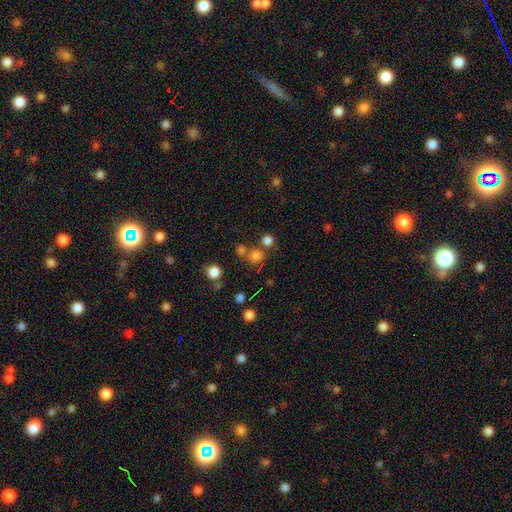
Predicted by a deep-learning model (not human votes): smooth_or_featured: smooth (p=0.73) [alt: star or artifact p=0.20]
how_rounded: round (p=0.90) [alt: in between p=0.09]
merging: none (p=0.67) [alt: merger p=0.20]